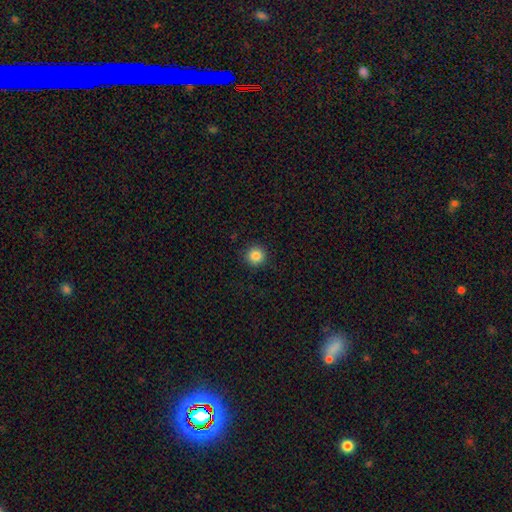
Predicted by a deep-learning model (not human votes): Overall: smooth (85%). How rounded: round (95%). Merging: none (91%).